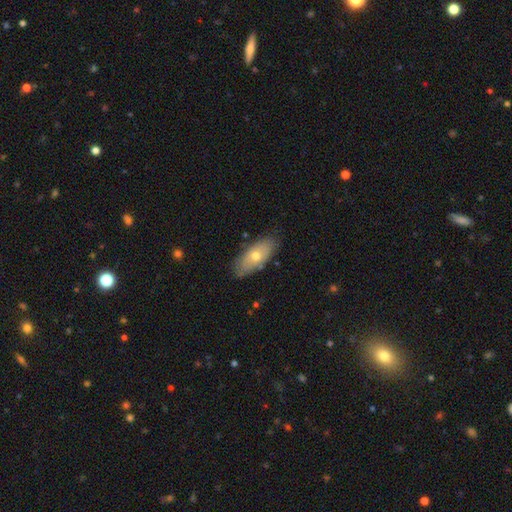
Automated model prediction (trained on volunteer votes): Smooth or featured?
  - smooth: 61% *
  - featured or disk: 32%
  - star or artifact: 7%
How rounded?
  - in between: 84% *
  - cigar-shaped: 13%
  - round: 3%
Merging?
  - none: 81% *
  - minor disturbance: 14%
  - major disturbance: 3%
  - merger: 2%